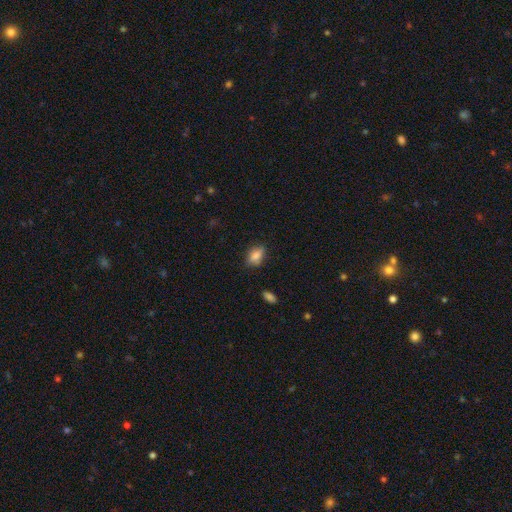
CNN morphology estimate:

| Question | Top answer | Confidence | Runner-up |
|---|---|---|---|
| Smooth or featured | smooth | 79% | featured or disk (12%) |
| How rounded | in between | 82% | round (12%) |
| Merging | none | 73% | minor disturbance (21%) |